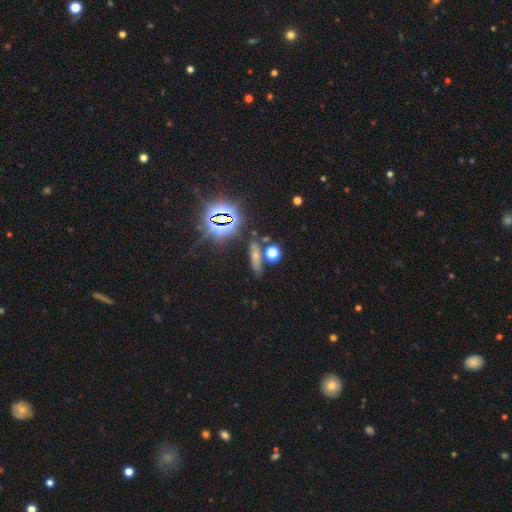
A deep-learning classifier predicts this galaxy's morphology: Smooth or featured?
  - smooth: 53% *
  - star or artifact: 31%
  - featured or disk: 16%
How rounded?
  - cigar-shaped: 53% *
  - in between: 32%
  - round: 15%
Merging?
  - none: 76% *
  - minor disturbance: 11%
  - merger: 9%
  - major disturbance: 4%